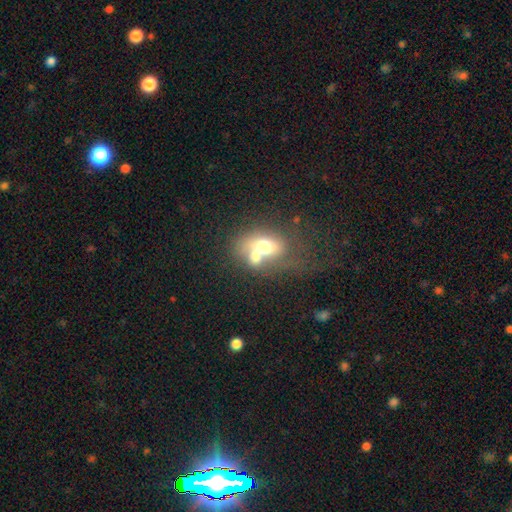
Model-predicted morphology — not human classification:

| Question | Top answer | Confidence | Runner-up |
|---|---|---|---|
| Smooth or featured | smooth | 61% | featured or disk (28%) |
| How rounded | in between | 69% | round (29%) |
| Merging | merger | 65% | none (18%) |